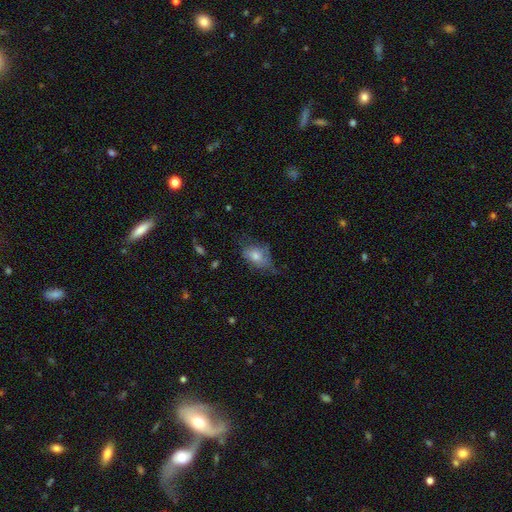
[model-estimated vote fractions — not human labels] A smooth galaxy with no disk features (61%) that is in between round and cigar-shaped (81%).

Vote fractions:
- Smooth or featured? smooth: 61% / featured or disk: 28% / star or artifact: 12%
- How rounded? in between: 81% / round: 16% / cigar-shaped: 3%
- Merging? none: 45% / minor disturbance: 33% / major disturbance: 20% / merger: 2%